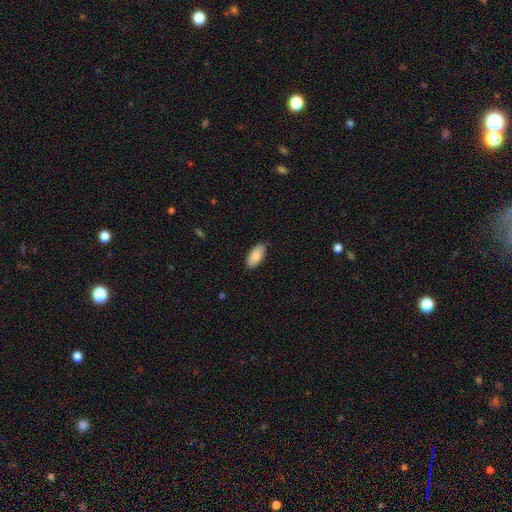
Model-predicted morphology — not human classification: Q: Smooth or featured?
A: smooth (84%); runner-up: featured or disk (10%)
Q: How rounded?
A: in between (93%); runner-up: cigar-shaped (5%)
Q: Merging?
A: none (77%); runner-up: minor disturbance (20%)